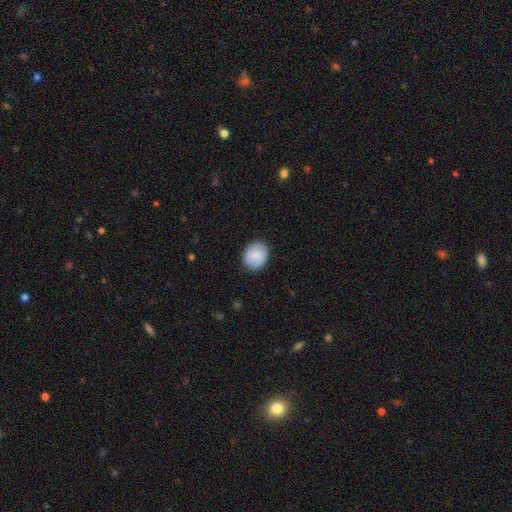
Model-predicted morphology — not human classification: smooth 85%, featured or disk 8%, star or artifact 7%. Down the decision tree: how rounded — round (62%); merging — none (87%).